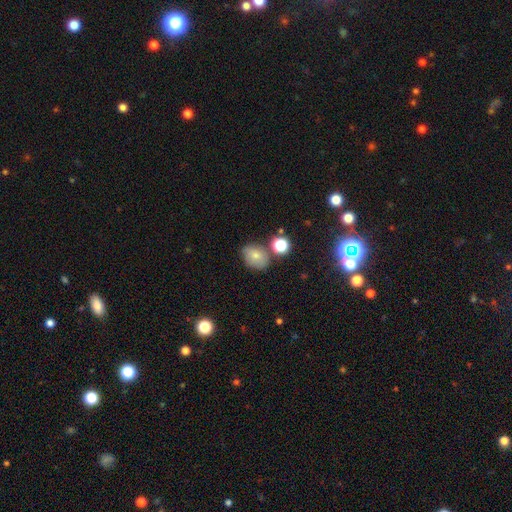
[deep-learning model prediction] Smooth or featured? Predicted: smooth (p=0.73). How rounded? Predicted: in between (p=0.54). Merging? Predicted: none (p=0.63).